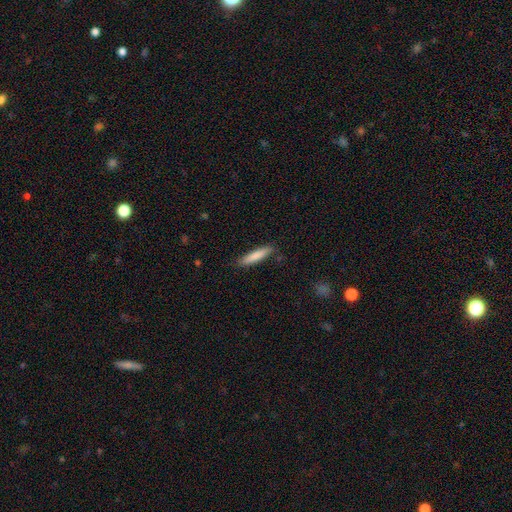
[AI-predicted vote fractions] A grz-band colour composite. It shows a smooth galaxy with no disk features (81%) that is cigar-shaped (87%). Merging: none (86%).